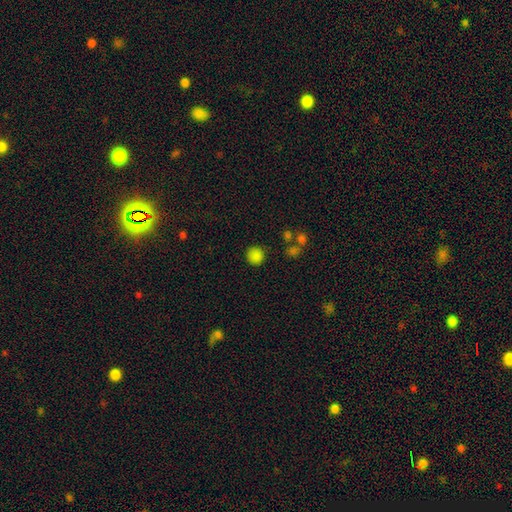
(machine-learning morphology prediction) Q: Smooth or featured?
A: smooth (82%); runner-up: star or artifact (14%)
Q: How rounded?
A: round (91%); runner-up: in between (8%)
Q: Merging?
A: none (84%); runner-up: minor disturbance (9%)